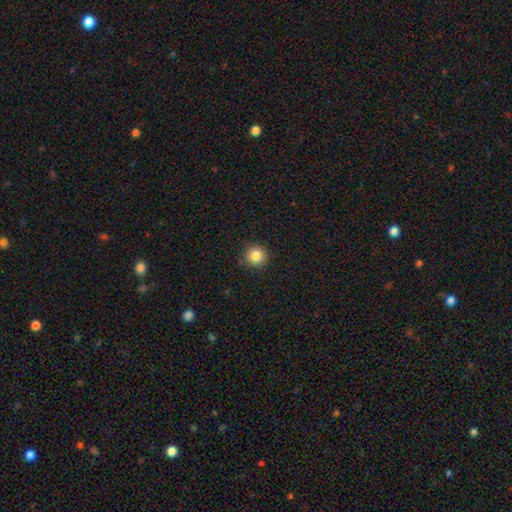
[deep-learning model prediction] smooth 85%, star or artifact 10%, featured or disk 5%. Down the decision tree: how rounded — round (94%); merging — none (90%).